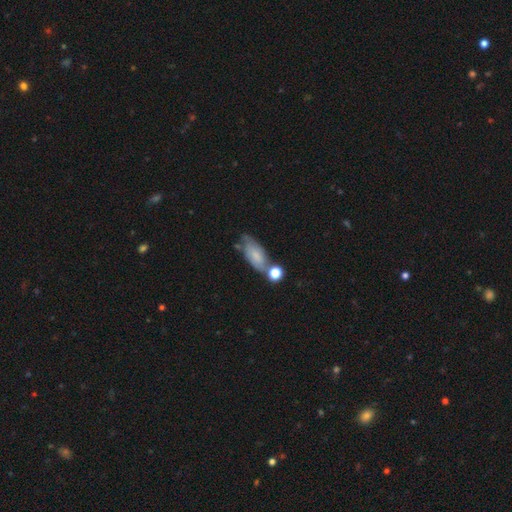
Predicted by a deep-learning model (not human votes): Morphology: type=smooth (64%); roundness=in between (82%); merging=none (44%).